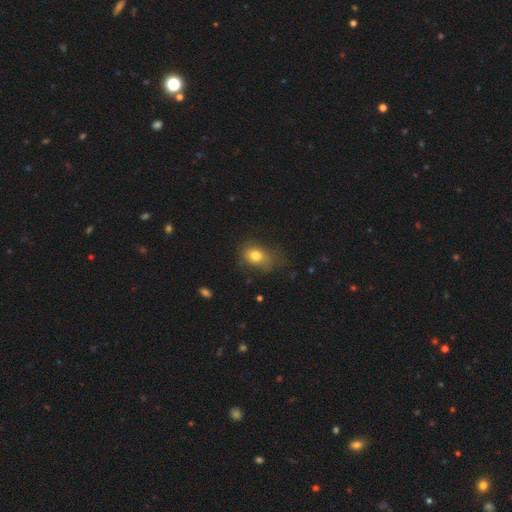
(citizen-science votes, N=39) Overall: smooth (85%). How rounded: in between (73%). Merging: none (36%, tied with minor disturbance).